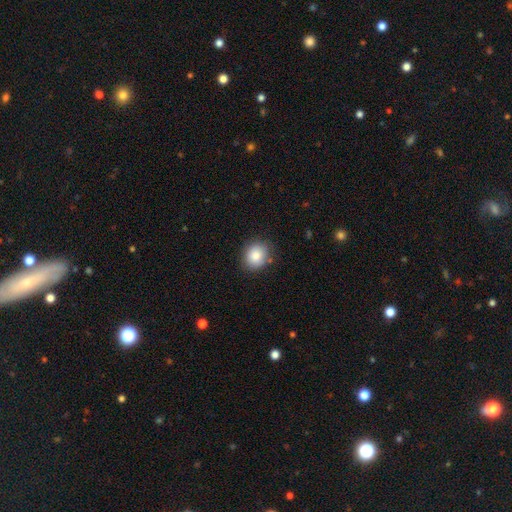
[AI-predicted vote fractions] Smooth or featured? Predicted: smooth (p=0.84). How rounded? Predicted: round (p=0.64). Merging? Predicted: none (p=0.82).